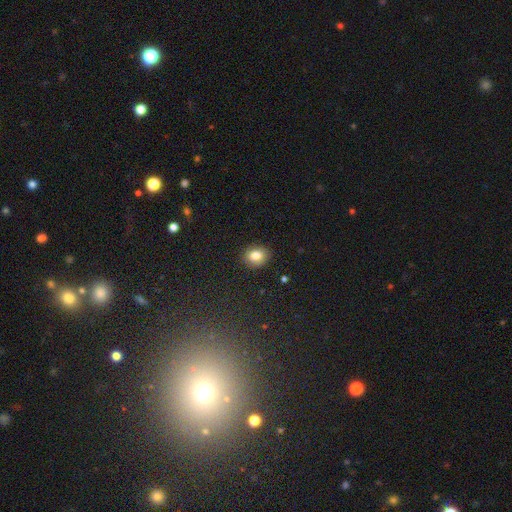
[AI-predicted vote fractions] Overall: smooth (81%). How rounded: round (55%; in between 44%). Merging: none (89%).